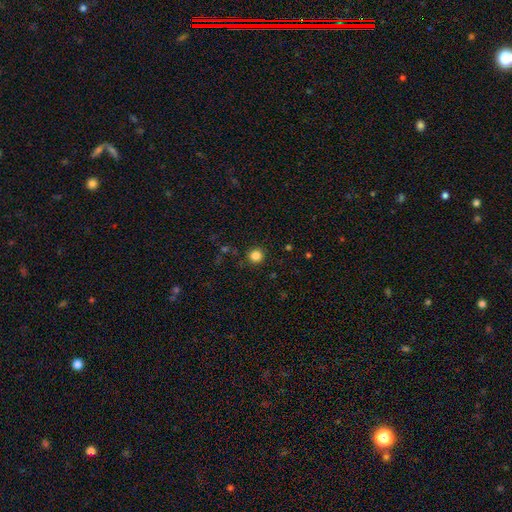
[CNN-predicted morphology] Smooth or featured?
  - smooth: 84% *
  - star or artifact: 12%
  - featured or disk: 4%
How rounded?
  - round: 95% *
  - in between: 4%
  - cigar-shaped: 1%
Merging?
  - none: 92% *
  - minor disturbance: 5%
  - major disturbance: 2%
  - merger: 1%